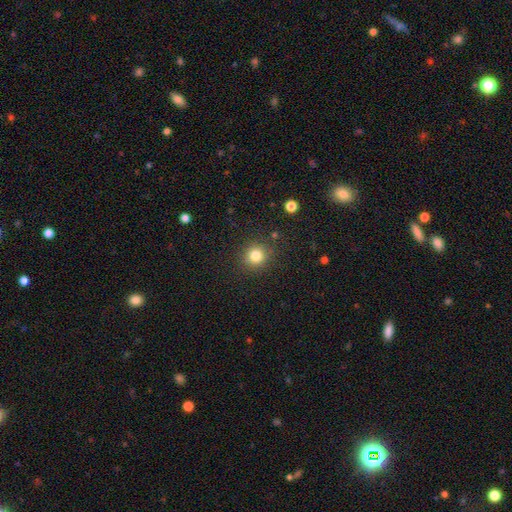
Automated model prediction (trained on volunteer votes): Overall: smooth (82%). How rounded: round (90%). Merging: none (88%).